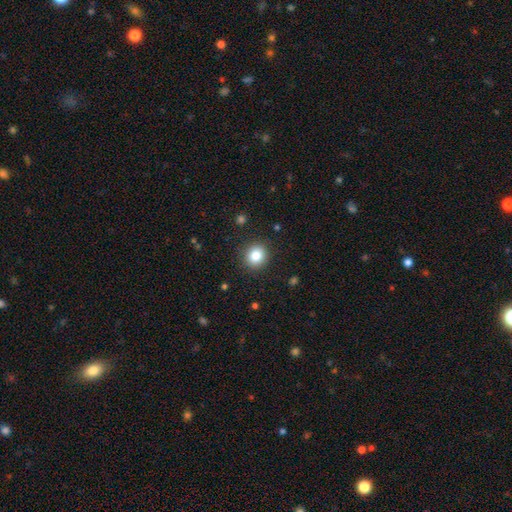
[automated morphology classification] The model was most divided on "smooth or featured": smooth: 83%, star or artifact: 11%, featured or disk: 6%. More confident: merging — none (90%); how rounded — round (88%).